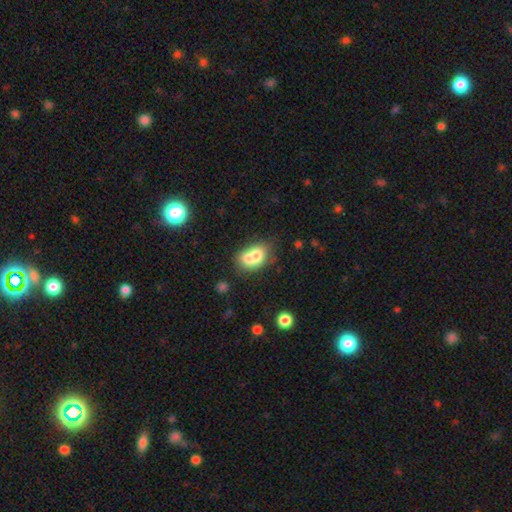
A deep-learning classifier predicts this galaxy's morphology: The model was most divided on "merging": merger: 57%, none: 27%, minor disturbance: 11%, major disturbance: 5%. More confident: smooth or featured — smooth (71%); how rounded — in between (66%).